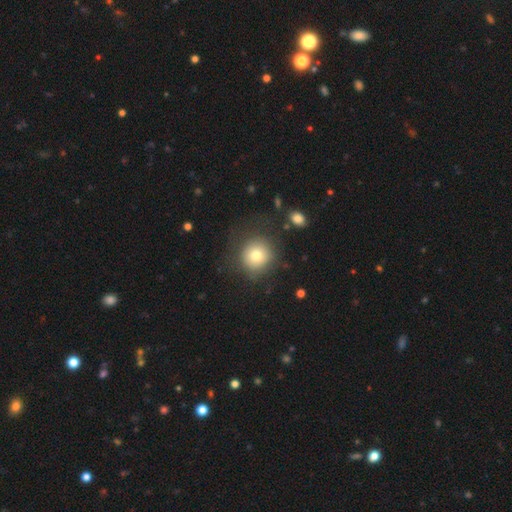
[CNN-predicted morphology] Smooth or featured? Predicted: smooth (p=0.75). How rounded? Predicted: round (p=0.90). Merging? Predicted: none (p=0.77).